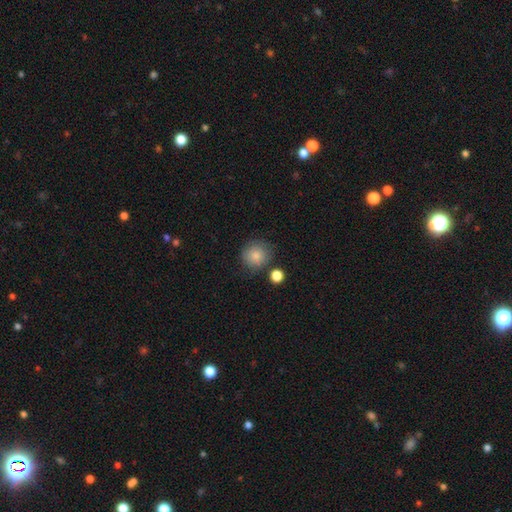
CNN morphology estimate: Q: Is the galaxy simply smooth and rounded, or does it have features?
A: smooth — 83%.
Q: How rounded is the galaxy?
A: round — 90%.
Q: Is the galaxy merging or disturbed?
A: none — 74%.